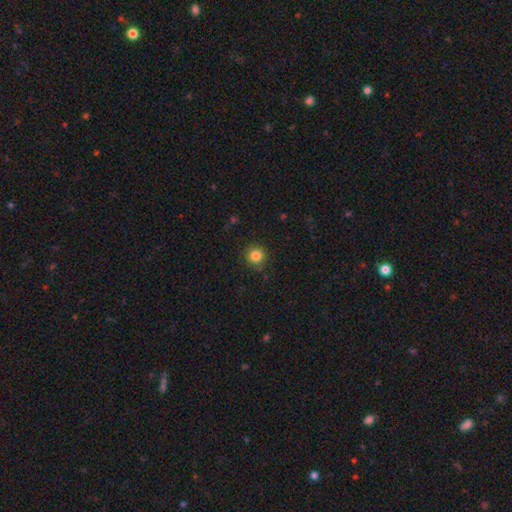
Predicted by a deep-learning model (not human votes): A smooth galaxy with no disk features (84%) that is round (93%). Merging: none (84%).